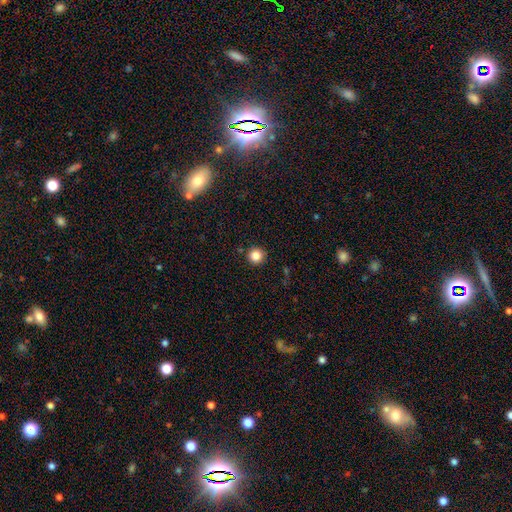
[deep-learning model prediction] smooth 84%, star or artifact 11%, featured or disk 4%. Down the decision tree: how rounded — round (96%); merging — none (91%).